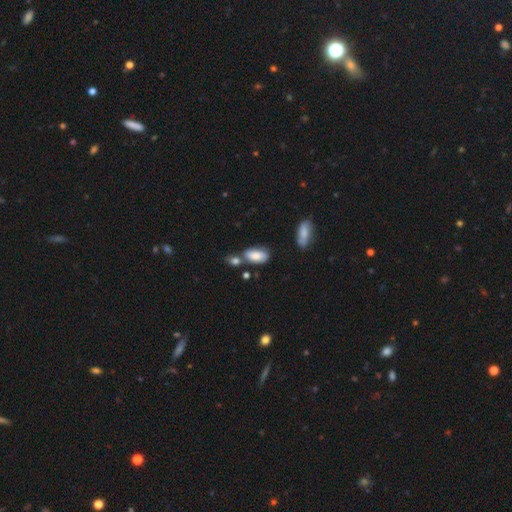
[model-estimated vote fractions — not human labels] Smooth or featured: smooth — 82% (featured or disk — 11%)
How rounded: in between — 92% (cigar-shaped — 5%)
Merging: none — 50% (minor disturbance — 22%)